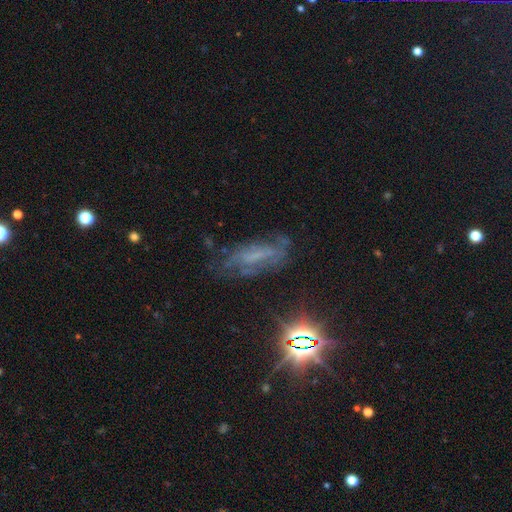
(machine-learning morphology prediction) A featured or disk galaxy (48%). Merging: none (58%).